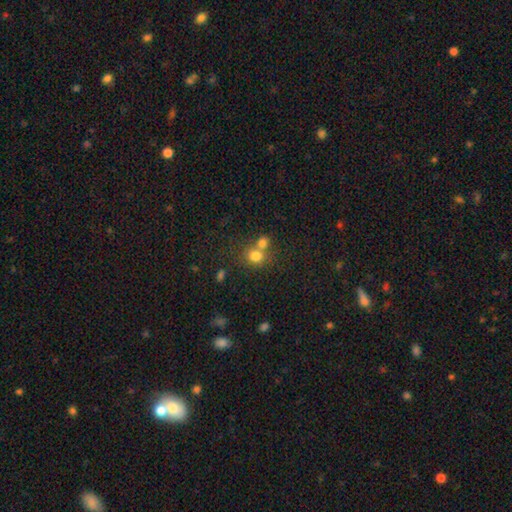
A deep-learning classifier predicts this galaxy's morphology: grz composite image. It shows a smooth galaxy with no disk features (77%) that is round (75%). Merging: merger (47%).